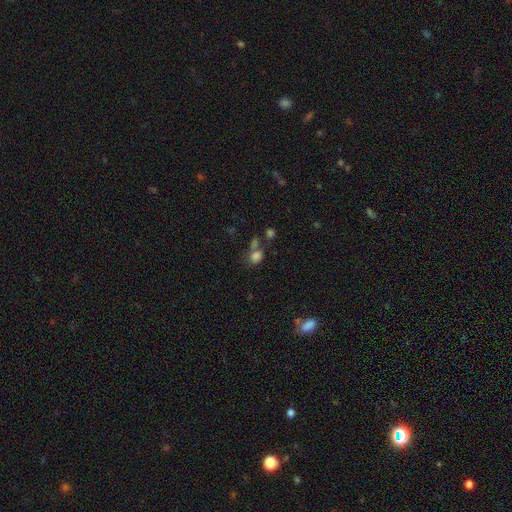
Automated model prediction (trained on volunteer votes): Smooth or featured: smooth — 77% (star or artifact — 14%)
How rounded: in between — 52% (round — 46%)
Merging: none — 39% (merger — 36%)